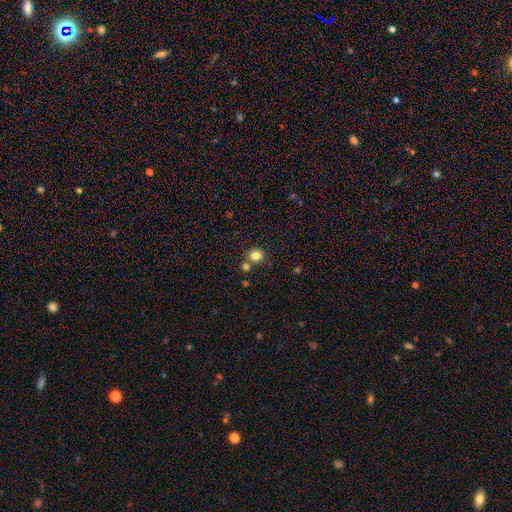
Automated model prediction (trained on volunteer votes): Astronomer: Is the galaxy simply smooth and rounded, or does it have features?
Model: smooth — 82%.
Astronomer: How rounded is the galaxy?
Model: round — 81%.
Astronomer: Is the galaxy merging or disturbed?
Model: none — 71%.